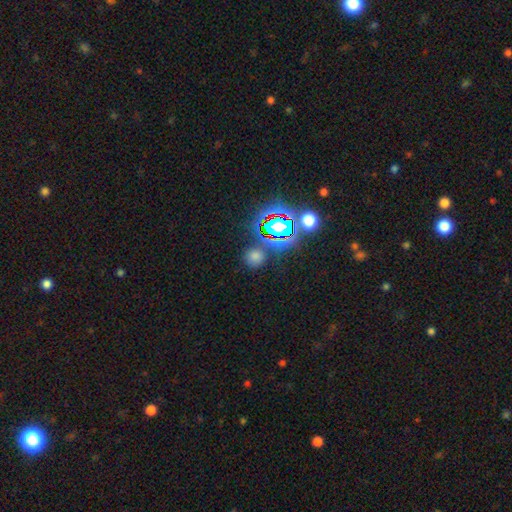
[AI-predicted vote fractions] Smooth or featured? smooth (57%)
How rounded? round (87%)
Merging? none (79%)